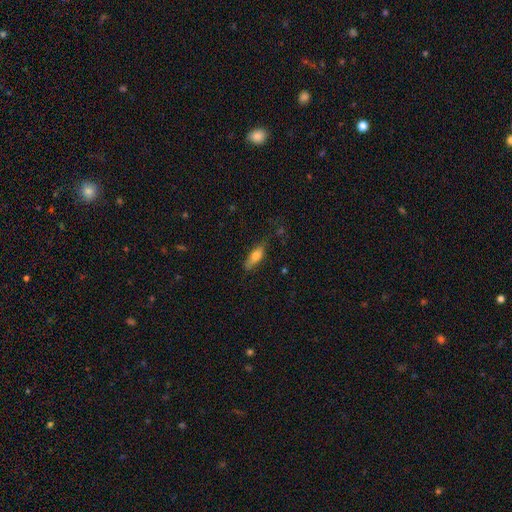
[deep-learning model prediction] Smooth or featured?
  - smooth: 71% *
  - featured or disk: 22%
  - star or artifact: 7%
How rounded?
  - in between: 53% *
  - cigar-shaped: 44%
  - round: 2%
Merging?
  - none: 72% *
  - minor disturbance: 21%
  - major disturbance: 5%
  - merger: 2%